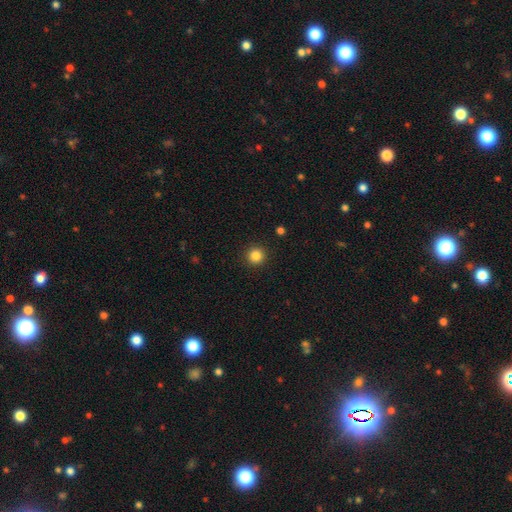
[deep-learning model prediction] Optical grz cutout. It shows a smooth galaxy with no disk features (85%) that is round (95%). Merging: none (92%).